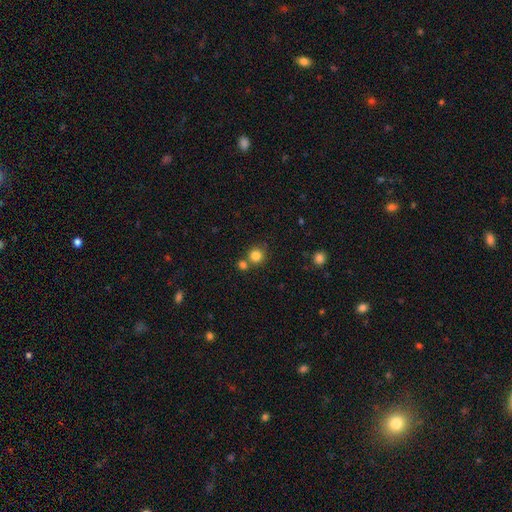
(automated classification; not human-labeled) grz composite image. It shows a smooth galaxy with no disk features (82%) that is round (91%). Merging: none (65%).